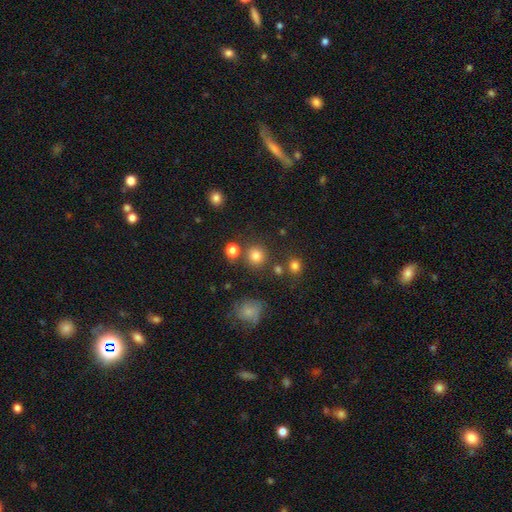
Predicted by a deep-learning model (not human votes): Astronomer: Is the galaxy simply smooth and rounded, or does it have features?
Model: smooth — 81%.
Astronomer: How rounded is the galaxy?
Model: round — 91%.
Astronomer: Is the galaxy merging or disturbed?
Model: none — 80%.